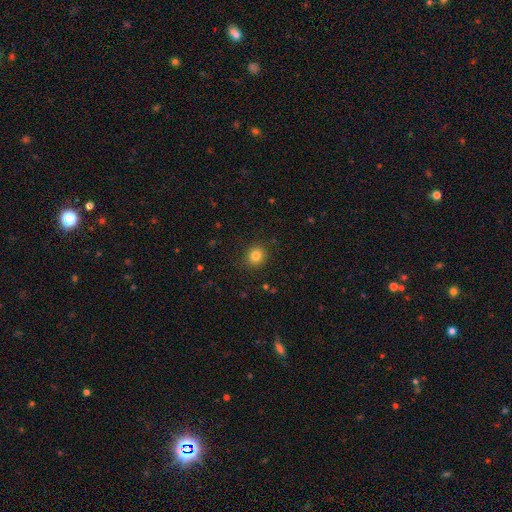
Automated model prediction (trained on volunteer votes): This is clearly a smooth galaxy (82%). How rounded: clearly round (86%). Merging: clearly none (90%).